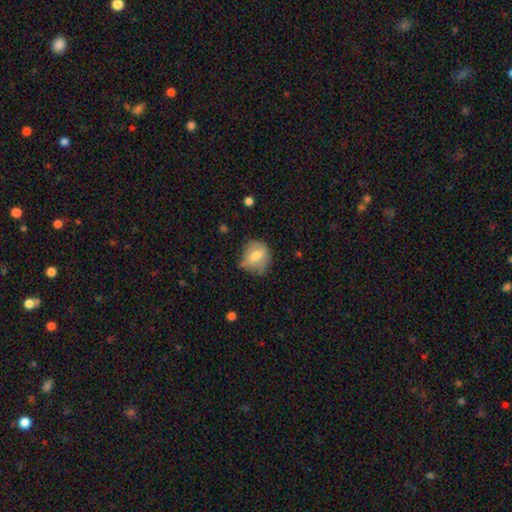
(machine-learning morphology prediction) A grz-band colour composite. It shows a smooth galaxy with no disk features (68%) that is round (68%). Merging: none (54%).